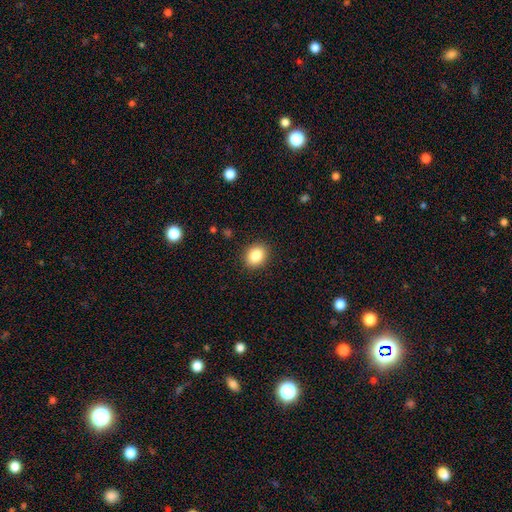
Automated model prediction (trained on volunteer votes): Overall: smooth (84%). How rounded: round (58%; in between 41%). Merging: none (90%).